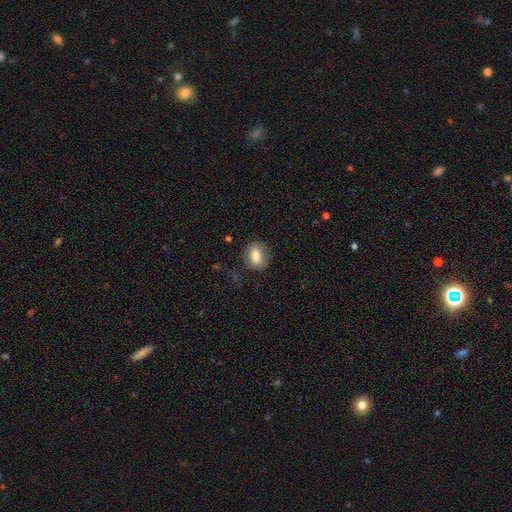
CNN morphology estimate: Smooth or featured? Predicted: smooth (p=0.81). How rounded? Predicted: in between (p=0.74). Merging? Predicted: none (p=0.76).